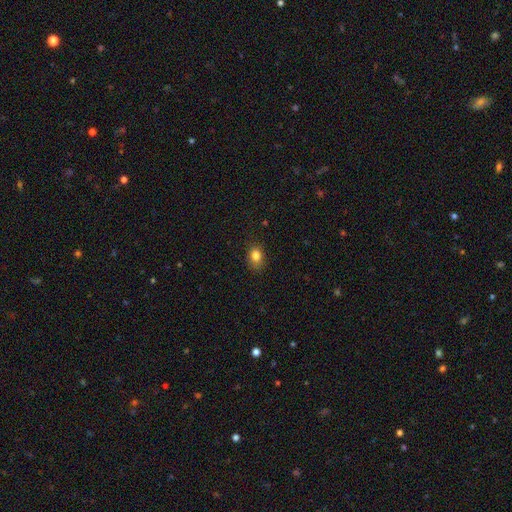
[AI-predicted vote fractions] This appears to be a smooth galaxy with no disk features (83%) that is in between round and cigar-shaped (63%). Merging: none (78%).